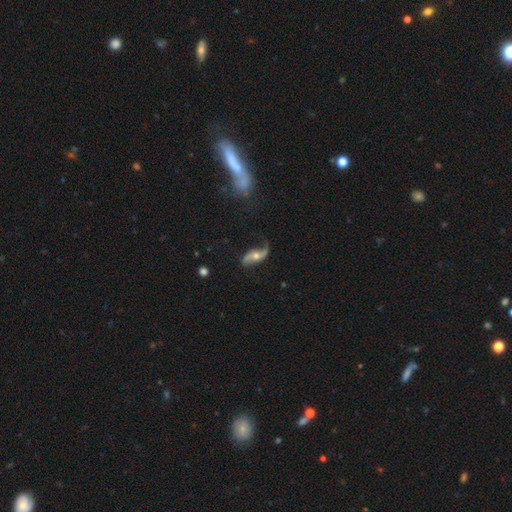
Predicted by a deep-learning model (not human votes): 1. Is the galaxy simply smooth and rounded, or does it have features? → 84% featured or disk, 10% smooth, 6% star or artifact.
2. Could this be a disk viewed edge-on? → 93% no, 7% yes.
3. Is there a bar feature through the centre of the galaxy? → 58% no, 28% weak, 14% strong.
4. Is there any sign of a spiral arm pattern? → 95% yes, 5% no.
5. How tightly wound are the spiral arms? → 85% loose, 12% medium, 4% tight.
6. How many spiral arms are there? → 92% 2, 3% 1, 2% can't tell, 1% 3, 1% 4, 1% more than 4.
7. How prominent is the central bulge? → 64% moderate, 27% small, 5% large, 2% none, 1% dominant.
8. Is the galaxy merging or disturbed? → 70% none, 18% minor disturbance, 10% major disturbance, 2% merger.